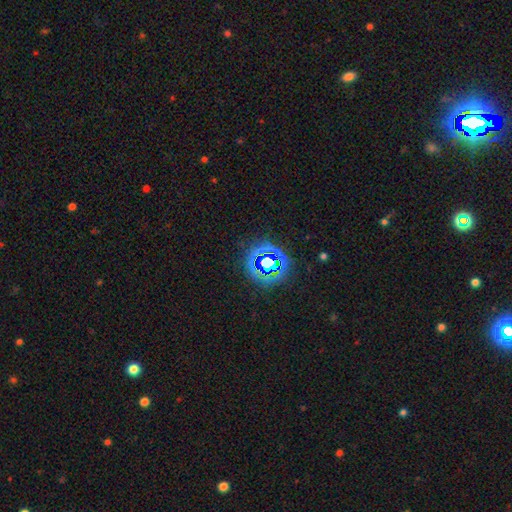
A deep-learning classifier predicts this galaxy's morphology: smooth-or-featured: star or artifact: 72% | smooth: 19% | featured or disk: 9%